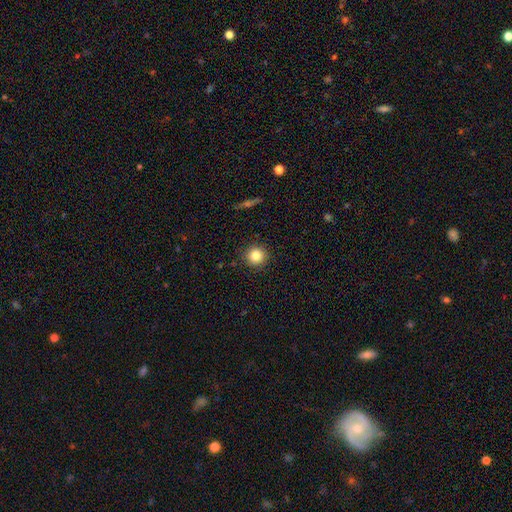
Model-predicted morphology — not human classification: A smooth galaxy with no disk features (83%) that is round (94%). Merging: none (90%).